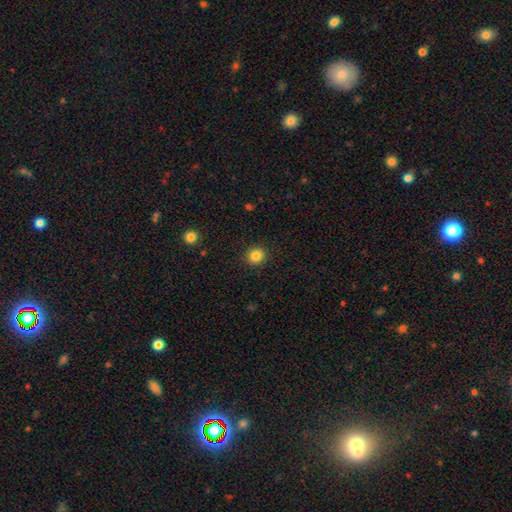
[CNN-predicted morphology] smooth 84%, star or artifact 11%, featured or disk 4%. Down the decision tree: how rounded — round (89%); merging — none (91%).